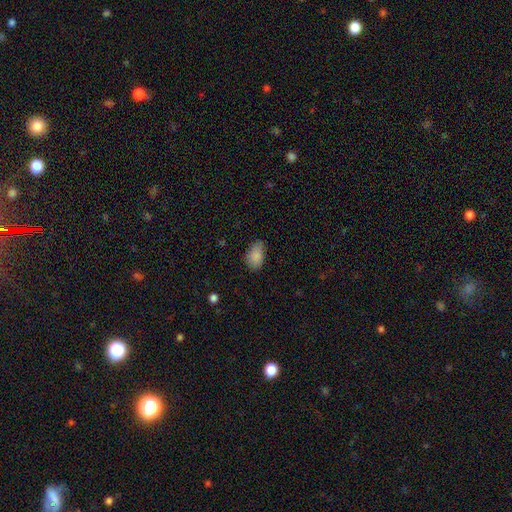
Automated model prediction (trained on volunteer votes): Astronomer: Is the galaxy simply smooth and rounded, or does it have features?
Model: smooth — 87%.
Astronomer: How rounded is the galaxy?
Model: in between — 90%.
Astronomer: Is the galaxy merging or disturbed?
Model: none — 70%.